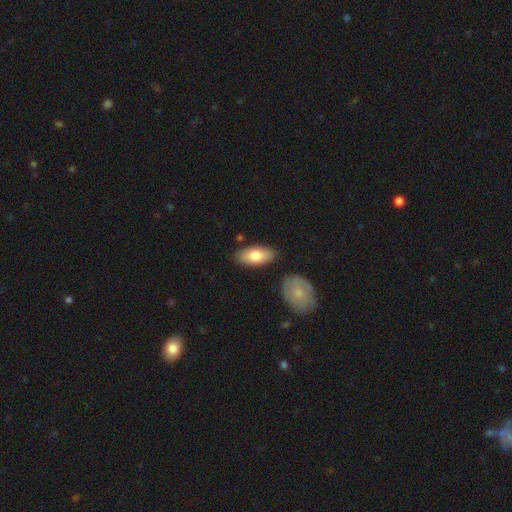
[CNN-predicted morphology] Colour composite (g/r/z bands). It shows a smooth galaxy with no disk features (77%) that is in between round and cigar-shaped (89%). Merging: none (81%).